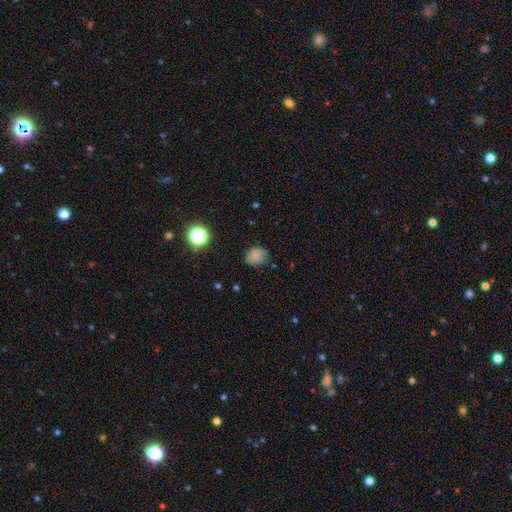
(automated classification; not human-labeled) This is likely a smooth galaxy (68%). How rounded: possibly round (56%). Merging: likely none (64%).